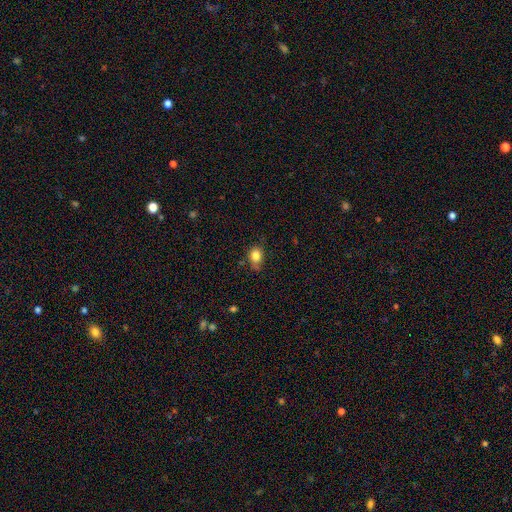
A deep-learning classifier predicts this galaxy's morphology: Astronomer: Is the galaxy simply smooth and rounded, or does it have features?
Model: smooth — 83%.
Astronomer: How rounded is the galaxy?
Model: in between — 57% (runner-up: round, 42%).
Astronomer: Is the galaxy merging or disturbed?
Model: none — 63%.